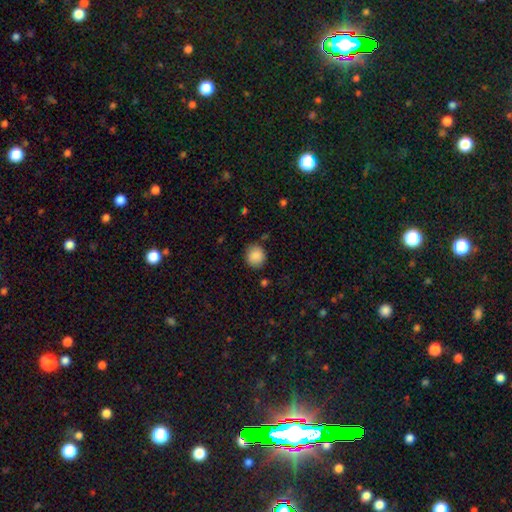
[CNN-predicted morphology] smooth 89%, star or artifact 8%, featured or disk 4%. Down the decision tree: how rounded — round (84%); merging — none (84%).